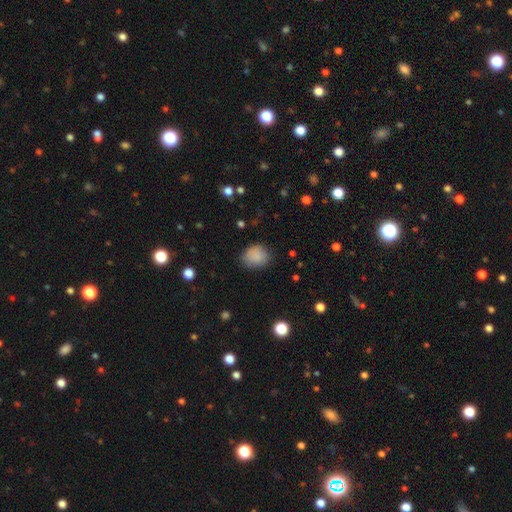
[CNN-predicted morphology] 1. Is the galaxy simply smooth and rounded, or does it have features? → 86% smooth, 9% star or artifact, 5% featured or disk.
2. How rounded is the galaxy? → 58% round, 41% in between, 1% cigar-shaped.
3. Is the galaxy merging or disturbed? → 78% none, 17% minor disturbance, 4% major disturbance, 1% merger.